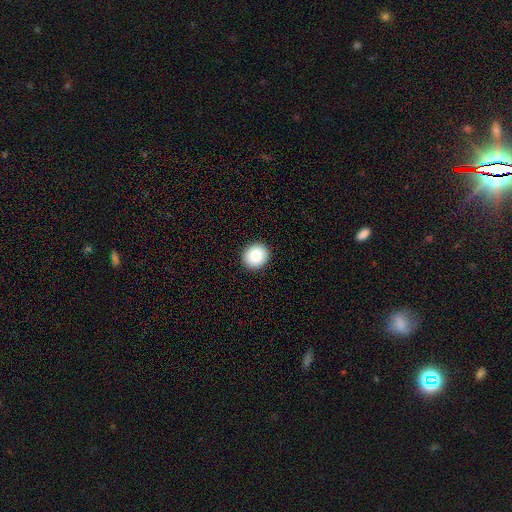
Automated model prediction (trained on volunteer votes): Smooth or featured? Predicted: smooth (p=0.85). How rounded? Predicted: round (p=0.86). Merging? Predicted: none (p=0.92).